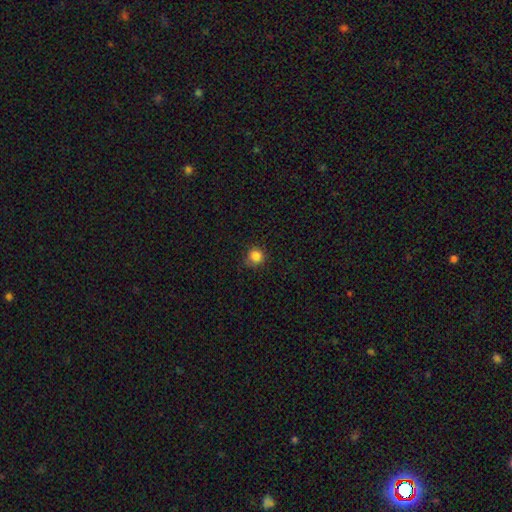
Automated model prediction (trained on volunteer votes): Q: Smooth or featured?
A: smooth (84%); runner-up: star or artifact (12%)
Q: How rounded?
A: round (89%); runner-up: in between (10%)
Q: Merging?
A: none (78%); runner-up: minor disturbance (17%)